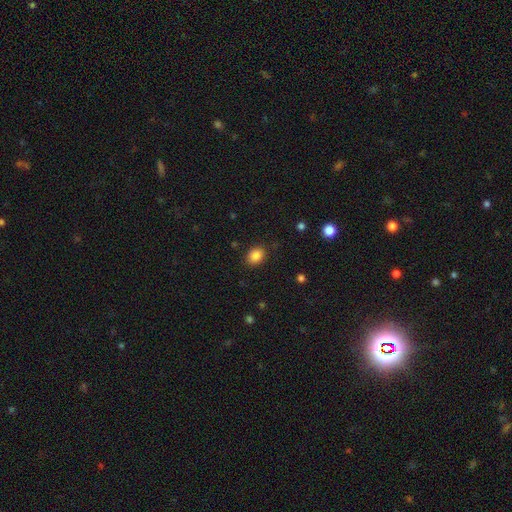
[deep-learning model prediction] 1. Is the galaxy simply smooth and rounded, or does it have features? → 86% smooth, 10% star or artifact, 4% featured or disk.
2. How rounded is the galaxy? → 59% in between, 40% round, 1% cigar-shaped.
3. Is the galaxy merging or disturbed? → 87% none, 10% minor disturbance, 3% major disturbance, 1% merger.